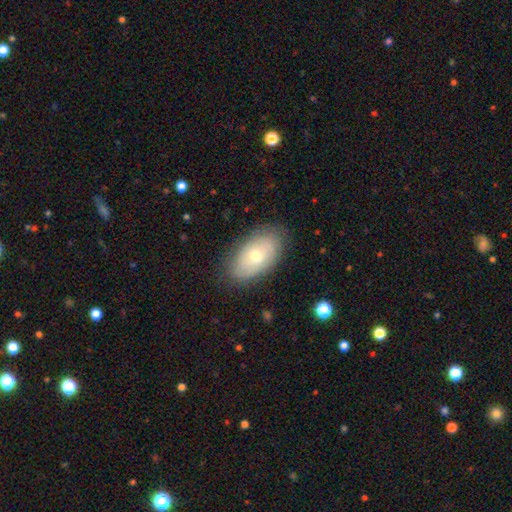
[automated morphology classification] Smooth or featured? smooth (55%)
How rounded? in between (92%)
Merging? none (79%)